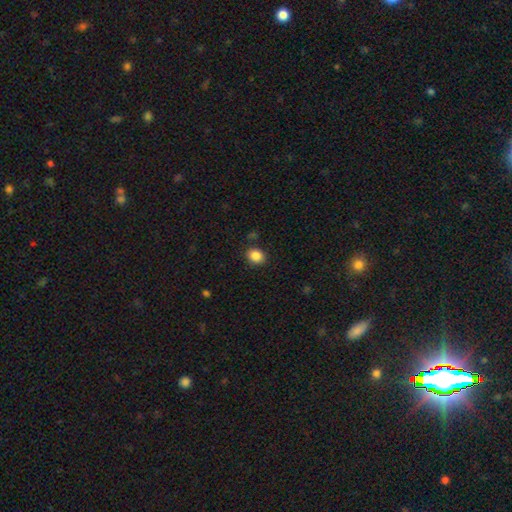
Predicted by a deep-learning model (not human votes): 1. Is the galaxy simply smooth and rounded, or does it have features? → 86% smooth, 10% star or artifact, 4% featured or disk.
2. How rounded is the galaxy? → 62% round, 37% in between, 1% cigar-shaped.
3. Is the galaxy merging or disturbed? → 86% none, 9% minor disturbance, 3% major disturbance, 2% merger.